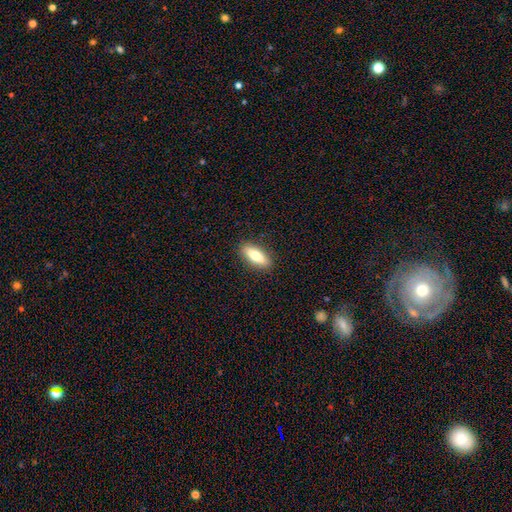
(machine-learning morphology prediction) A smooth galaxy with no disk features (69%) that is in between round and cigar-shaped (61%).

Vote fractions:
- Smooth or featured? smooth: 69% / featured or disk: 25% / star or artifact: 6%
- How rounded? in between: 61% / cigar-shaped: 37% / round: 3%
- Merging? none: 89% / minor disturbance: 8% / major disturbance: 2% / merger: 1%